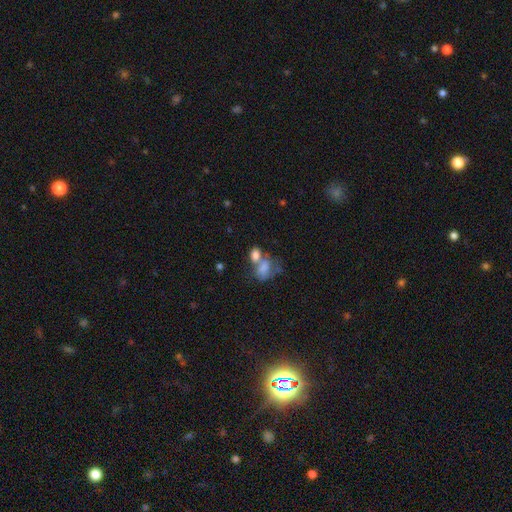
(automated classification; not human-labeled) Smooth or featured? smooth (73%)
How rounded? in between (78%)
Merging? merger (57%)